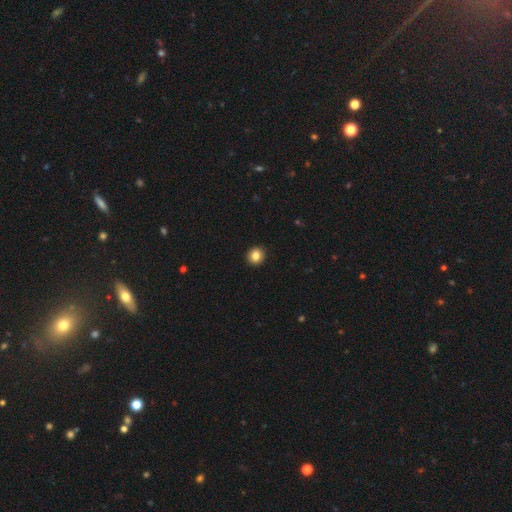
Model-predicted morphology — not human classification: This is clearly a smooth galaxy (85%). How rounded: clearly round (89%). Merging: clearly none (93%).